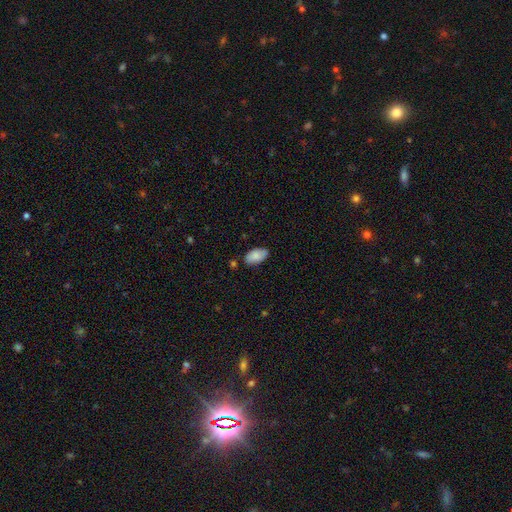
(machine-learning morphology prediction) type=smooth (84%); roundness=in between (95%); merging=none (81%).